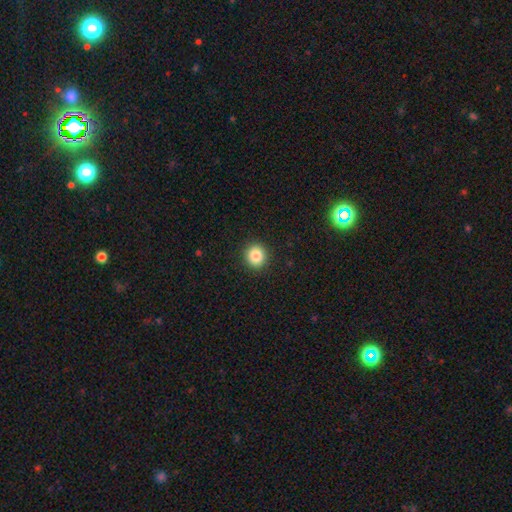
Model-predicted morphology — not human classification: This is clearly a smooth galaxy (85%). How rounded: clearly round (86%). Merging: clearly none (92%).